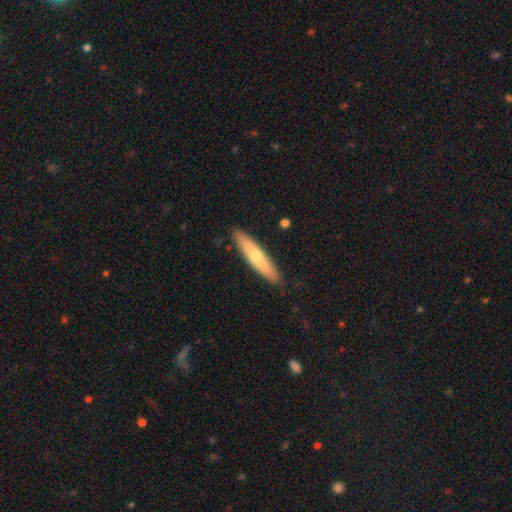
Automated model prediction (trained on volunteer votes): Q: Smooth or featured?
A: smooth (60%); runner-up: featured or disk (35%)
Q: How rounded?
A: cigar-shaped (84%); runner-up: in between (14%)
Q: Merging?
A: none (88%); runner-up: minor disturbance (9%)